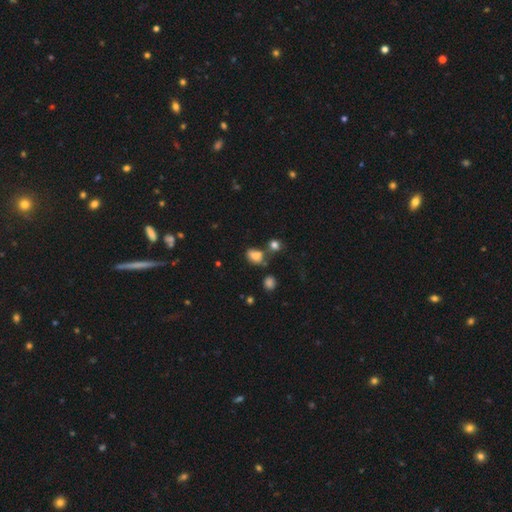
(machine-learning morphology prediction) The model was most divided on "merging": none: 45%, minor disturbance: 22%, merger: 22%, major disturbance: 10%. More confident: smooth or featured — smooth (75%); how rounded — in between (73%).